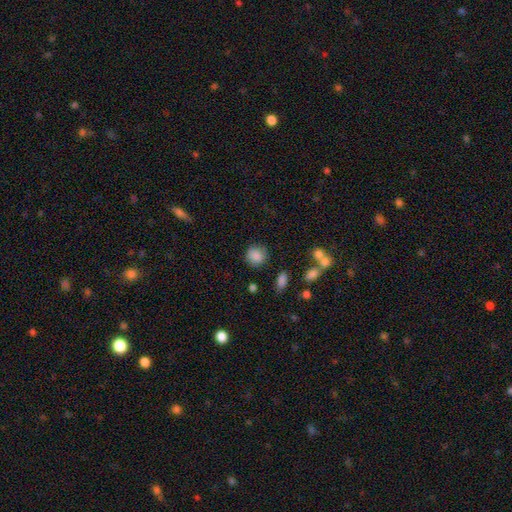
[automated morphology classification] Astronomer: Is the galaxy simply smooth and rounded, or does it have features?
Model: smooth — 85%.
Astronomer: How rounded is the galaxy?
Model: round — 82%.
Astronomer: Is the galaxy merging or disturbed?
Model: none — 82%.